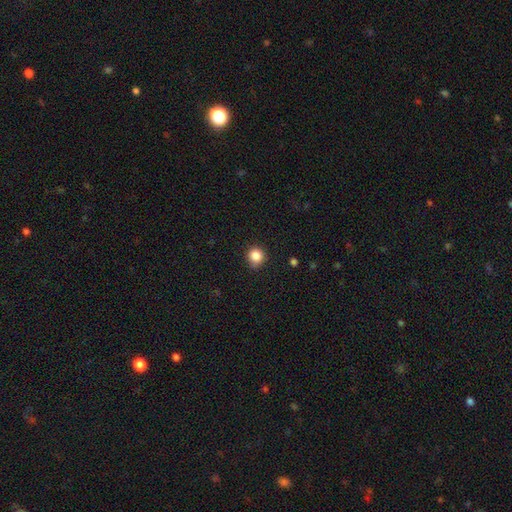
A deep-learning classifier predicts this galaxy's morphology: Smooth or featured? Predicted: smooth (p=0.85). How rounded? Predicted: round (p=0.89). Merging? Predicted: none (p=0.85).